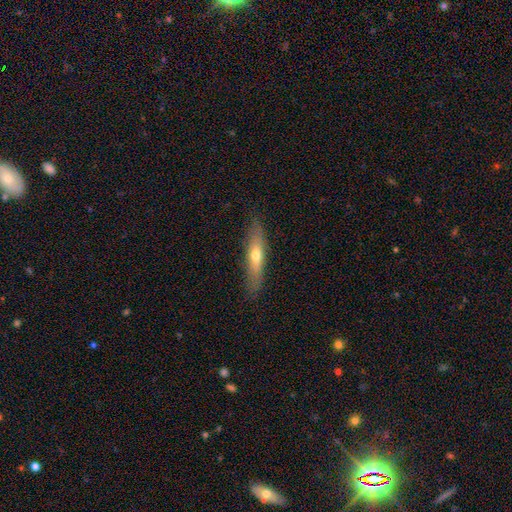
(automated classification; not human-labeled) A smooth galaxy with no disk features (51%) that is cigar-shaped (79%). Merging: none (85%).